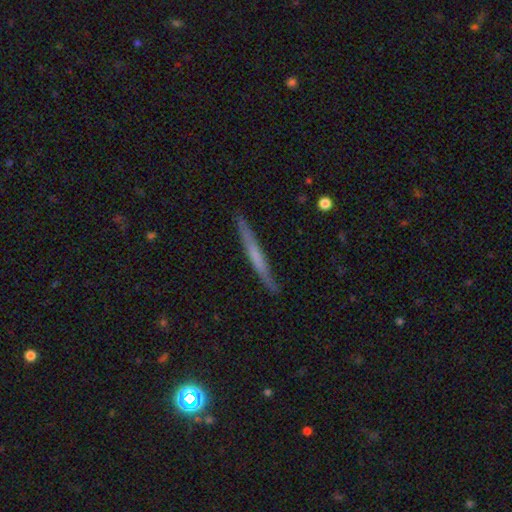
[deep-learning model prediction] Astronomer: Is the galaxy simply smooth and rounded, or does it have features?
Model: featured or disk — 50% (runner-up: smooth, 44%).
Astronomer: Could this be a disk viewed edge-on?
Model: yes — 96%.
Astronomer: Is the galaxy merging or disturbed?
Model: none — 88%.